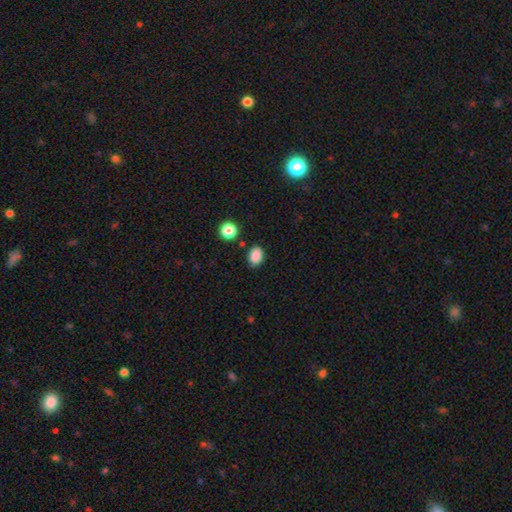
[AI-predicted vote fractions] Morphology: type=smooth (87%); roundness=in between (73%); merging=none (84%).